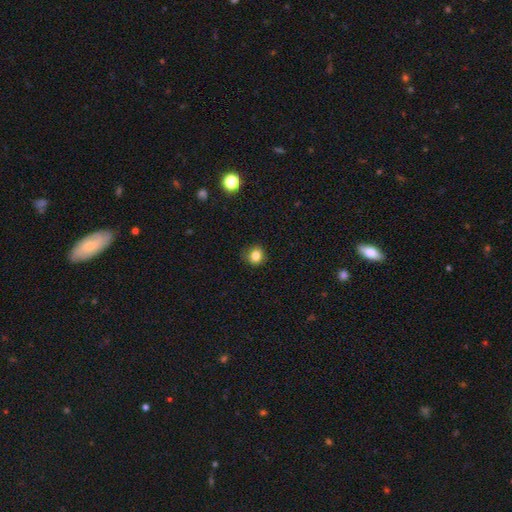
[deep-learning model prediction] This is clearly a smooth galaxy (82%). How rounded: clearly round (82%). Merging: clearly none (82%).